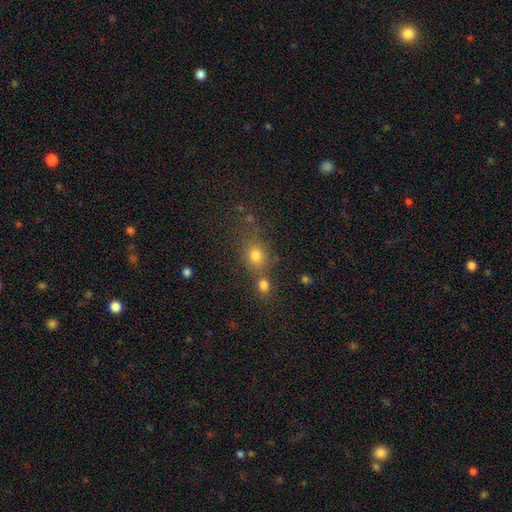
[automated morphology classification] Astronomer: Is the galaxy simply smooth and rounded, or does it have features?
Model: smooth — 75%.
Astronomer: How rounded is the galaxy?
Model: round — 68%.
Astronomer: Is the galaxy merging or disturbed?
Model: none — 53% (runner-up: merger, 29%).